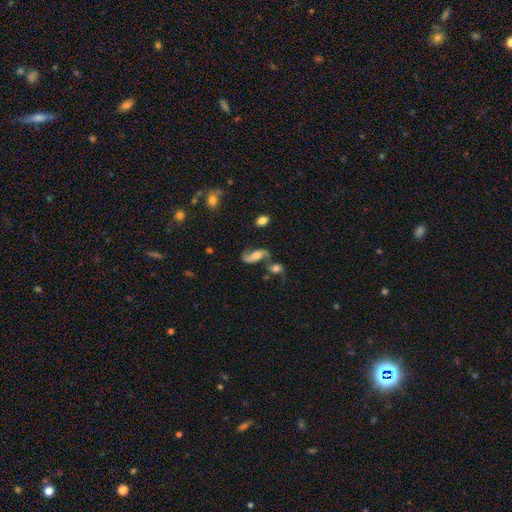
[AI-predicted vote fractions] This appears to be a featured or disk galaxy (74%) with no bar (51%), 2 (88%) loose (69%) spiral arms (93%) and a moderate central bulge (43%). Merging: none (48%).